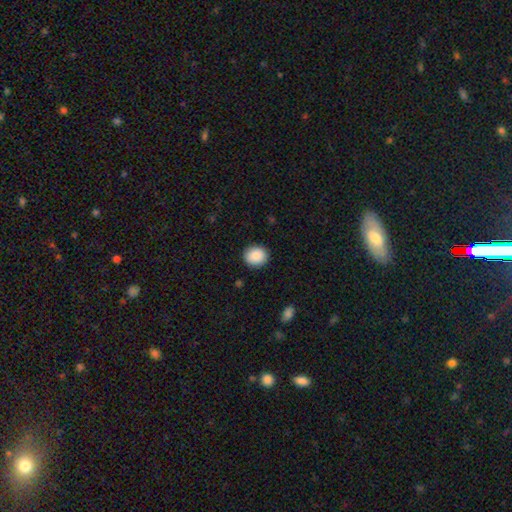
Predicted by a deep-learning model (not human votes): smooth-or-featured: smooth: 90% | star or artifact: 7% | featured or disk: 3%
  how-rounded: round: 81% | in between: 18% | cigar-shaped: 1%
  merging: none: 90% | minor disturbance: 7% | major disturbance: 2% | merger: 1%